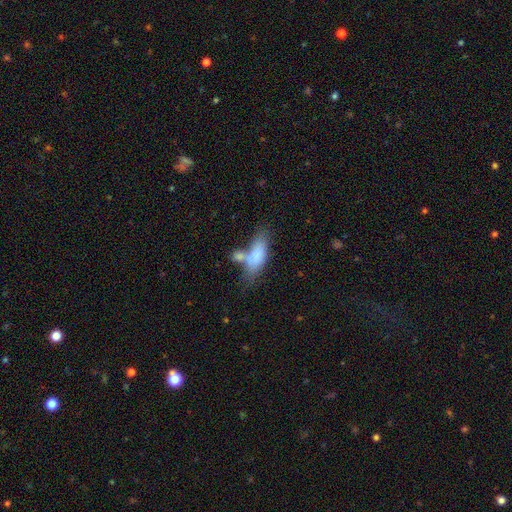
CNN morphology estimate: smooth_or_featured: smooth (p=0.76) [alt: featured or disk p=0.17]
how_rounded: in between (p=0.68) [alt: cigar-shaped p=0.29]
merging: merger (p=0.40) [alt: none p=0.29]